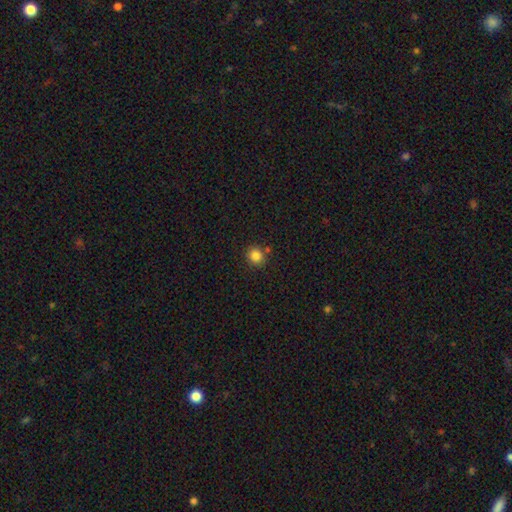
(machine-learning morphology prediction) type=smooth (84%); roundness=round (84%); merging=none (79%).